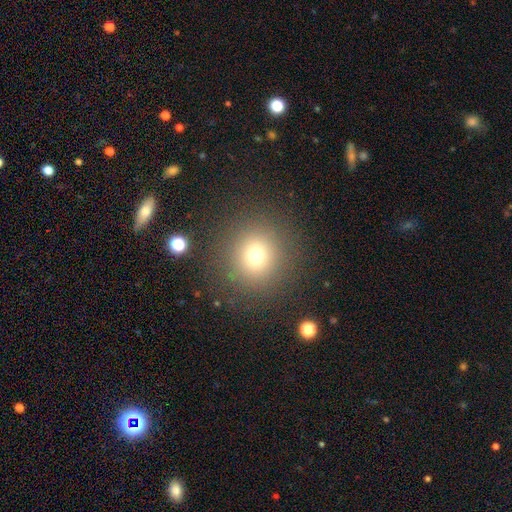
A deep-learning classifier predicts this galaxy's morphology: smooth-or-featured: smooth: 73% | star or artifact: 18% | featured or disk: 10%
  how-rounded: round: 92% | in between: 7% | cigar-shaped: 1%
  merging: none: 87% | minor disturbance: 7% | major disturbance: 4% | merger: 2%